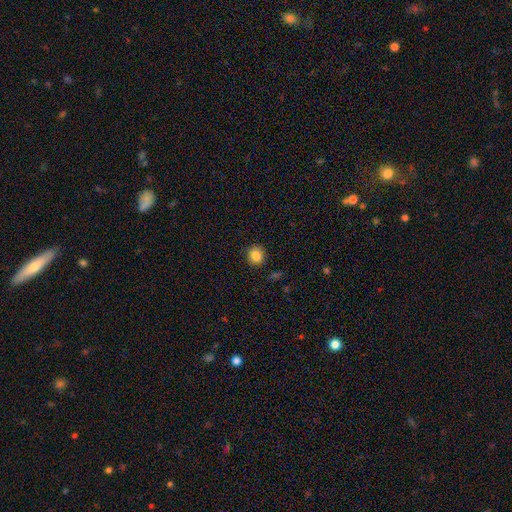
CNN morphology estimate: smooth_or_featured: smooth (p=0.86) [alt: star or artifact p=0.10]
how_rounded: round (p=0.86) [alt: in between p=0.13]
merging: none (p=0.87) [alt: minor disturbance p=0.09]